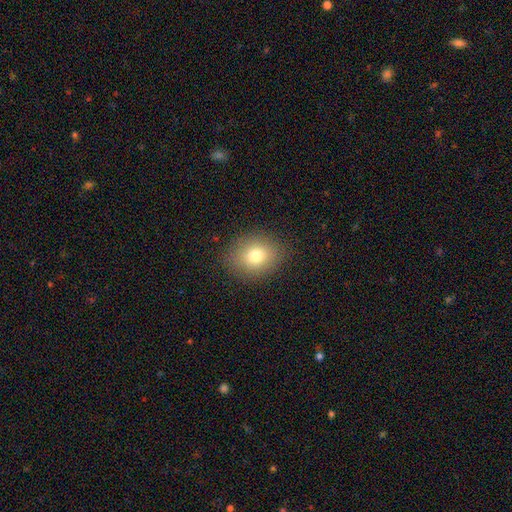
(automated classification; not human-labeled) Smooth or featured? Predicted: smooth (p=0.78). How rounded? Predicted: round (p=0.55). Merging? Predicted: none (p=0.87).